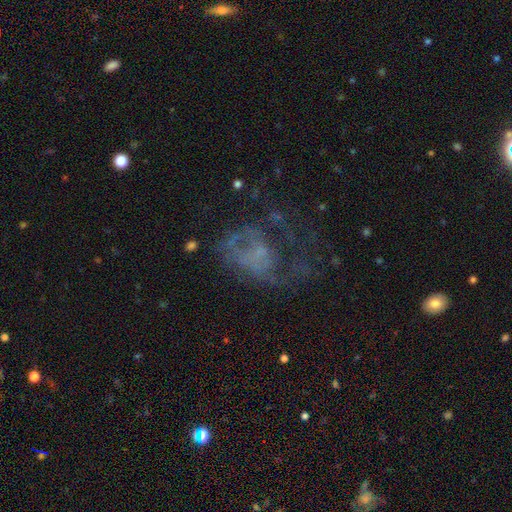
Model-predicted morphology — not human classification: Smooth or featured? Predicted: featured or disk (p=0.59). Edge-on disk? Predicted: no (p=0.98). Bar? Predicted: no (p=0.83). Spiral arms? Predicted: no (p=0.61). Bulge size? Predicted: none (p=0.62). Merging? Predicted: major disturbance (p=0.48).